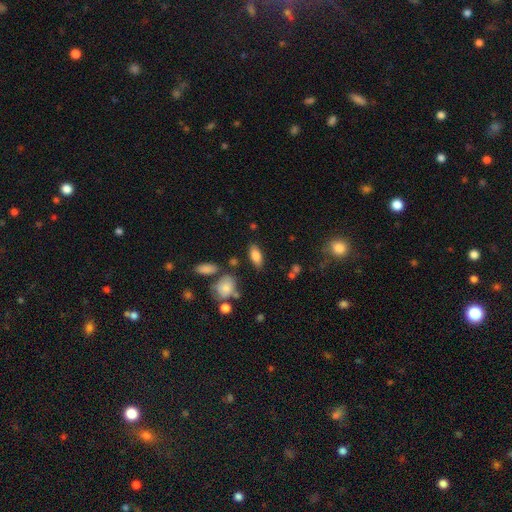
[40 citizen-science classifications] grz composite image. It shows a smooth galaxy with no disk features (75%) that is in between round and cigar-shaped (77%). Merging: none (89%).